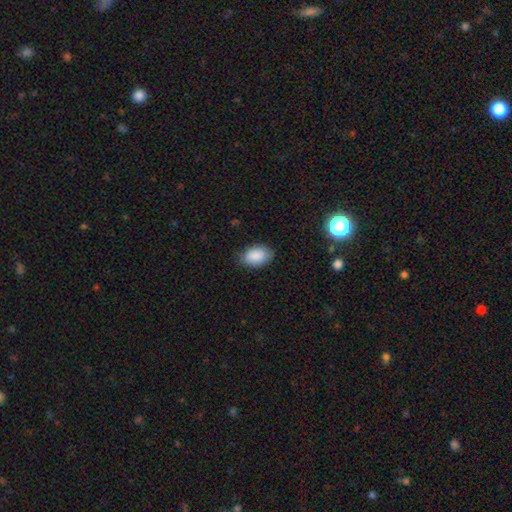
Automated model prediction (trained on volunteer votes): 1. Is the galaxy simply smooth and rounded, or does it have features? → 89% smooth, 7% star or artifact, 4% featured or disk.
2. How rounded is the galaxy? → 91% in between, 8% round, 1% cigar-shaped.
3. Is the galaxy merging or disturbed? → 81% none, 15% minor disturbance, 3% major disturbance, 1% merger.